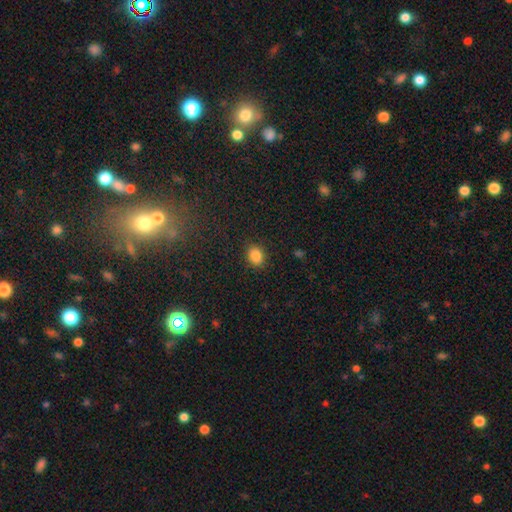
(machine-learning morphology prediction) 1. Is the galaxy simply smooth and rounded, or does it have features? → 85% smooth, 11% star or artifact, 4% featured or disk.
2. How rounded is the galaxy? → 51% in between, 48% round, 1% cigar-shaped.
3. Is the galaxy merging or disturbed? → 88% none, 8% minor disturbance, 3% major disturbance, 1% merger.